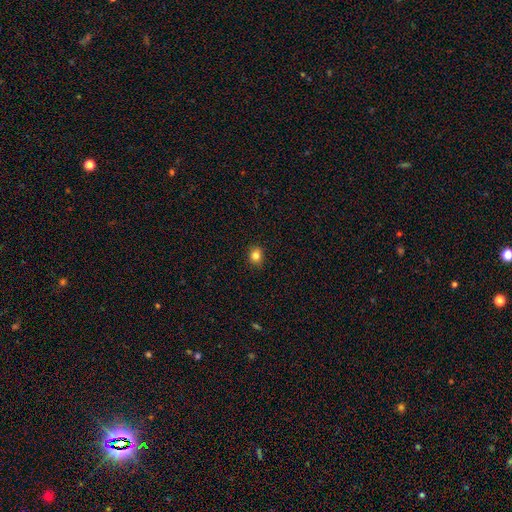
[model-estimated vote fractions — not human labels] Q: Smooth or featured?
A: smooth (82%); runner-up: star or artifact (12%)
Q: How rounded?
A: round (71%); runner-up: in between (28%)
Q: Merging?
A: none (90%); runner-up: minor disturbance (7%)